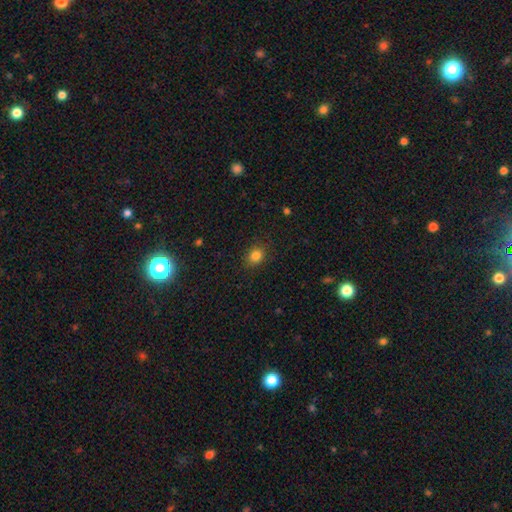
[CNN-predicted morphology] Overall: smooth (82%). How rounded: round (59%; in between 40%). Merging: none (87%).